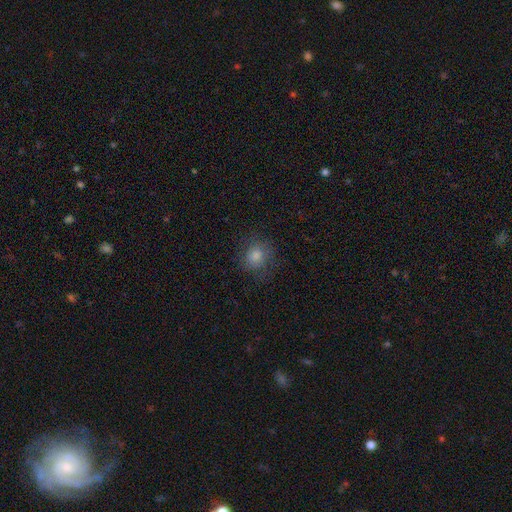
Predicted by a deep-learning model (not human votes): A smooth galaxy with no disk features (66%) that is round (83%).

Vote fractions:
- Smooth or featured? smooth: 66% / featured or disk: 17% / star or artifact: 17%
- How rounded? round: 83% / in between: 16% / cigar-shaped: 1%
- Merging? none: 78% / minor disturbance: 14% / major disturbance: 7% / merger: 1%